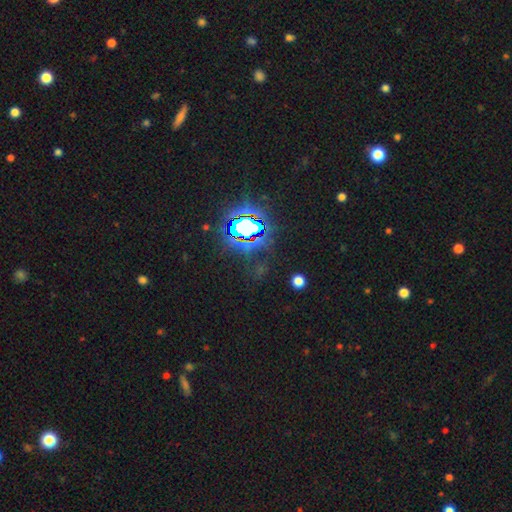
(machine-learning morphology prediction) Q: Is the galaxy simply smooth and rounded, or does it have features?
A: star or artifact — 85%.